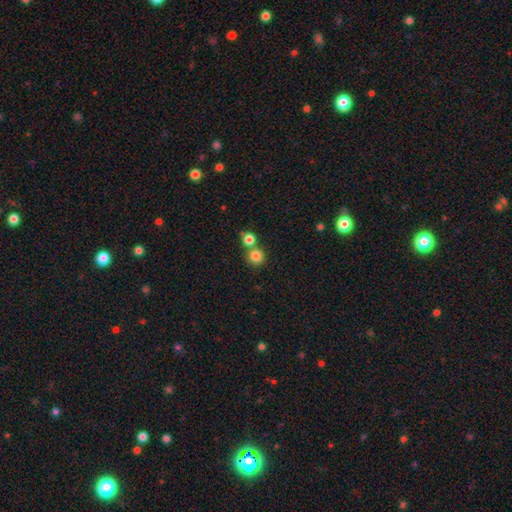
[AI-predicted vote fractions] Smooth or featured?
  - smooth: 82% *
  - star or artifact: 12%
  - featured or disk: 6%
How rounded?
  - round: 93% *
  - in between: 6%
  - cigar-shaped: 1%
Merging?
  - none: 67% *
  - merger: 24%
  - minor disturbance: 6%
  - major disturbance: 2%